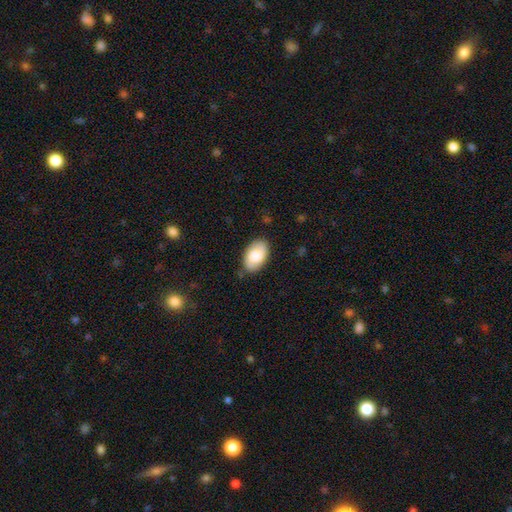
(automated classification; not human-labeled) Smooth or featured: smooth — 73% (featured or disk — 21%)
How rounded: in between — 94% (round — 4%)
Merging: none — 81% (minor disturbance — 15%)